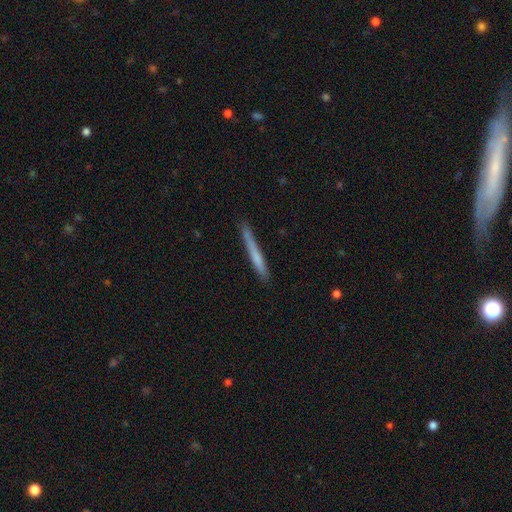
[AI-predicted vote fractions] Q: Smooth or featured?
A: smooth (62%); runner-up: featured or disk (32%)
Q: How rounded?
A: cigar-shaped (97%); runner-up: in between (2%)
Q: Merging?
A: none (80%); runner-up: minor disturbance (15%)